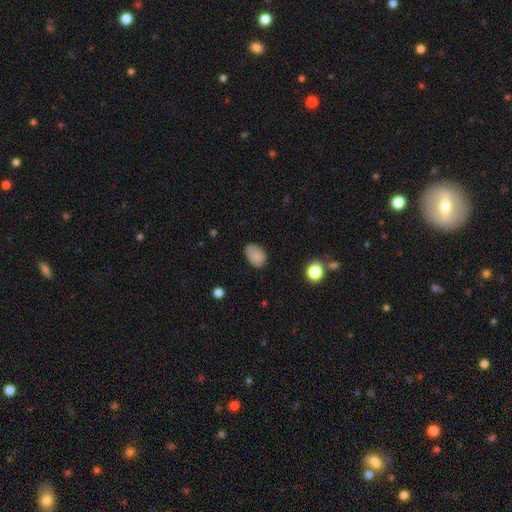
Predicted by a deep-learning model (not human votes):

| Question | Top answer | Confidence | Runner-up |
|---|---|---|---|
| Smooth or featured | smooth | 82% | star or artifact (9%) |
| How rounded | in between | 83% | round (16%) |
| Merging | none | 61% | minor disturbance (30%) |